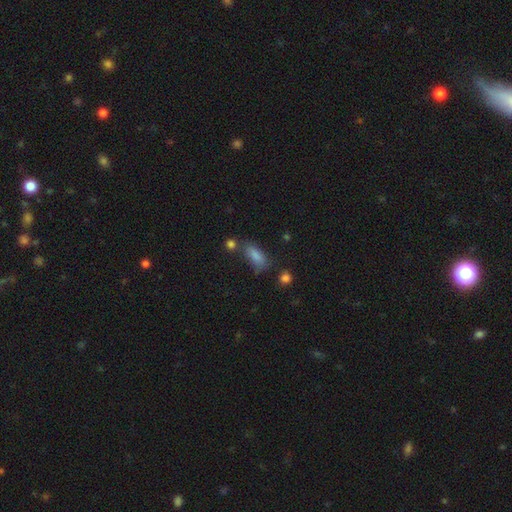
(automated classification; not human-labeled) Smooth or featured? smooth (81%)
How rounded? in between (78%)
Merging? none (55%)